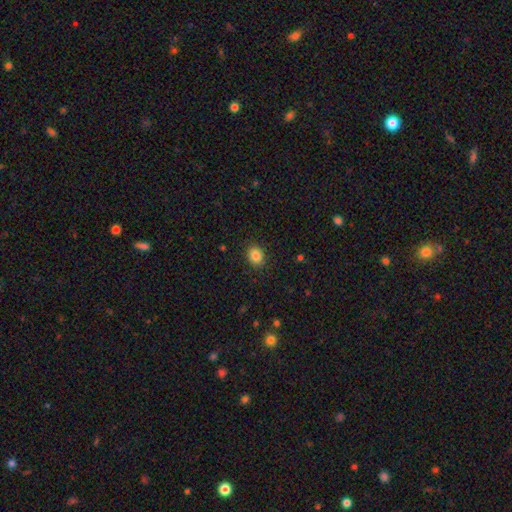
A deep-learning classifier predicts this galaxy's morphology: Q: Smooth or featured?
A: smooth (85%); runner-up: star or artifact (10%)
Q: How rounded?
A: round (53%); runner-up: in between (46%)
Q: Merging?
A: none (89%); runner-up: minor disturbance (8%)